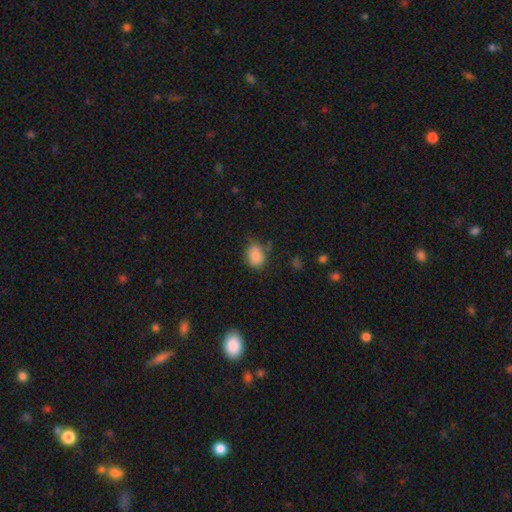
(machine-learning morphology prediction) The model was most divided on "merging": none: 62%, minor disturbance: 27%, major disturbance: 8%, merger: 4%. More confident: smooth or featured — smooth (85%); how rounded — in between (71%).